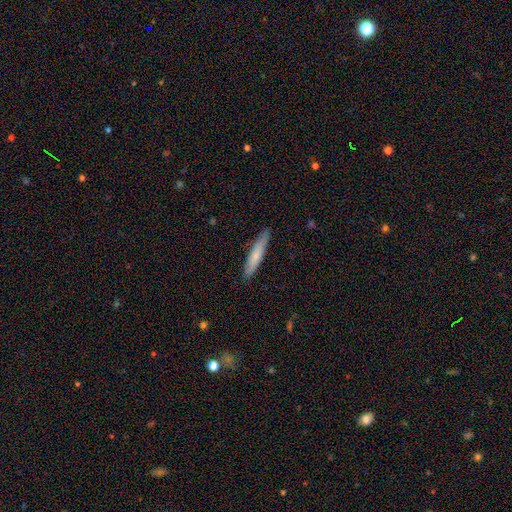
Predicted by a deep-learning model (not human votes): smooth-or-featured: smooth: 72% | featured or disk: 23% | star or artifact: 5%
  how-rounded: cigar-shaped: 90% | in between: 9% | round: 1%
  merging: none: 89% | minor disturbance: 9% | major disturbance: 2% | merger: 1%